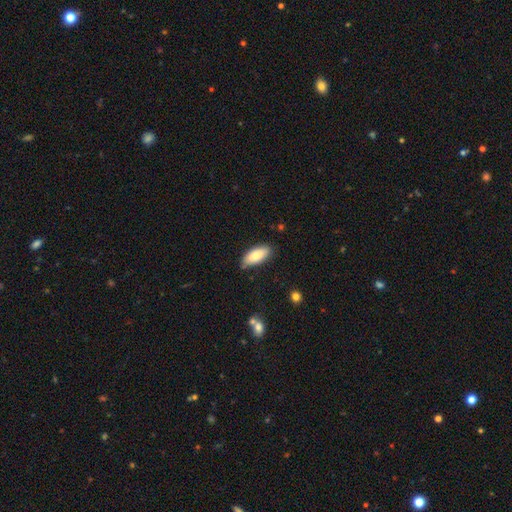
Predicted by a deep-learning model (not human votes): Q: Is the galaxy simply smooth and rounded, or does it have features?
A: smooth — 80%.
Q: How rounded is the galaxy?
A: in between — 85%.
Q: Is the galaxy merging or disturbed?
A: none — 80%.